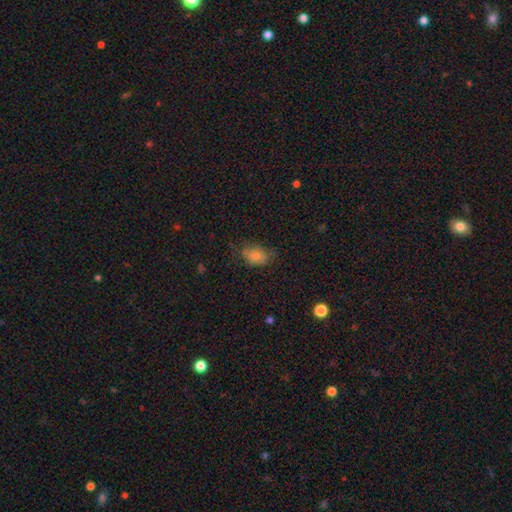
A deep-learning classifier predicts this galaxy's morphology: smooth_or_featured: smooth (p=0.71) [alt: featured or disk p=0.15]
how_rounded: in between (p=0.75) [alt: round p=0.23]
merging: none (p=0.67) [alt: minor disturbance p=0.24]